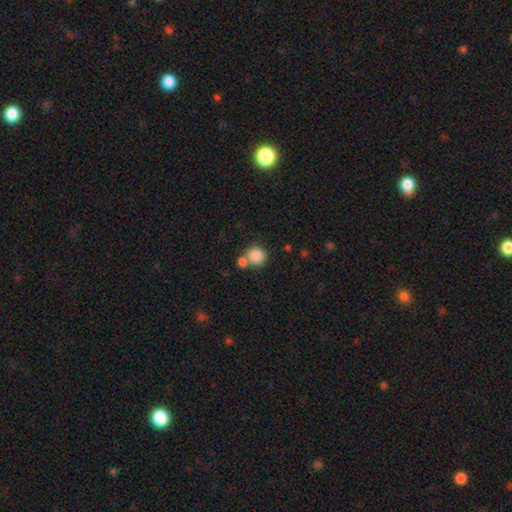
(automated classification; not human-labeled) Smooth or featured?
  - smooth: 85% *
  - star or artifact: 9%
  - featured or disk: 6%
How rounded?
  - round: 88% *
  - in between: 11%
  - cigar-shaped: 1%
Merging?
  - none: 53% *
  - merger: 34%
  - minor disturbance: 9%
  - major disturbance: 4%